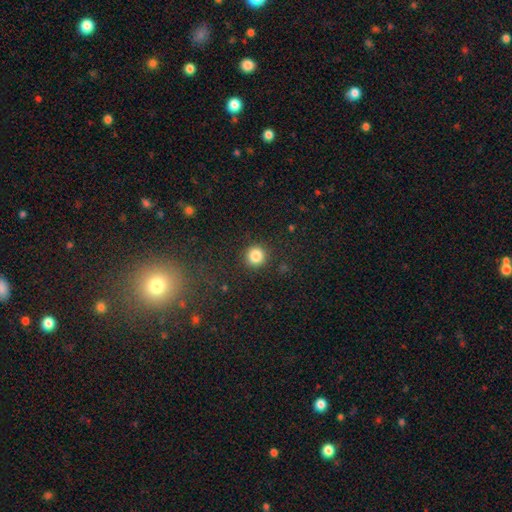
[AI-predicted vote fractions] Smooth or featured? Predicted: smooth (p=0.85). How rounded? Predicted: round (p=0.94). Merging? Predicted: none (p=0.90).